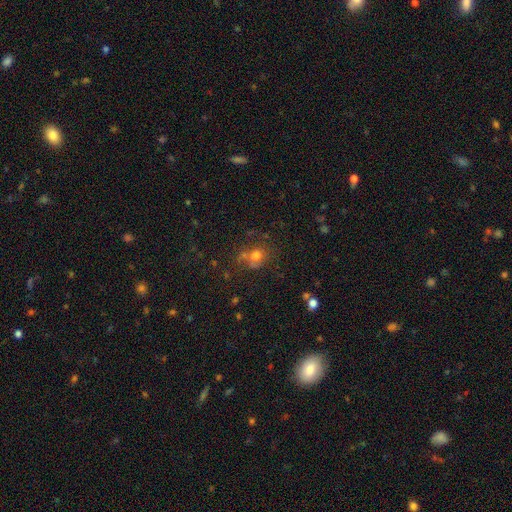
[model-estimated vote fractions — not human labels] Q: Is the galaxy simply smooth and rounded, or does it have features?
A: smooth — 68%.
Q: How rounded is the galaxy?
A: round — 72%.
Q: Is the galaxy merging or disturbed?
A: none — 53%.